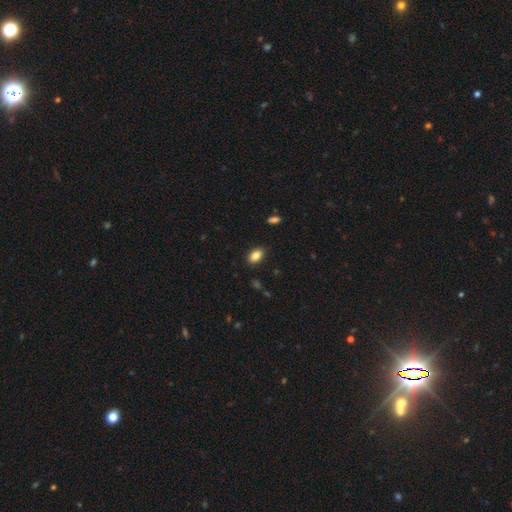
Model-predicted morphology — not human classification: smooth_or_featured: smooth (p=0.85) [alt: star or artifact p=0.09]
how_rounded: in between (p=0.89) [alt: round p=0.09]
merging: none (p=0.88) [alt: minor disturbance p=0.09]